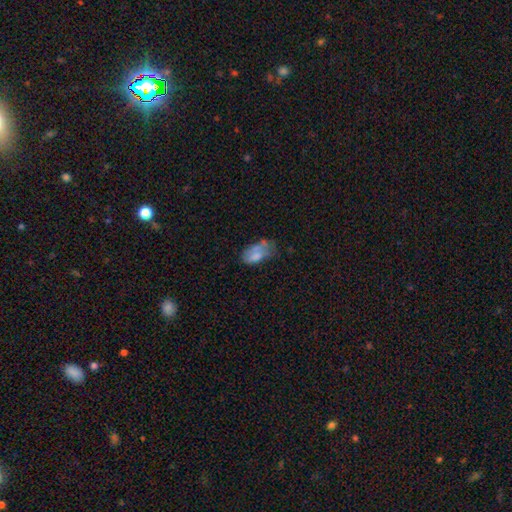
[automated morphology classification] type=smooth (63%); roundness=in between (91%); merging=none (32%).